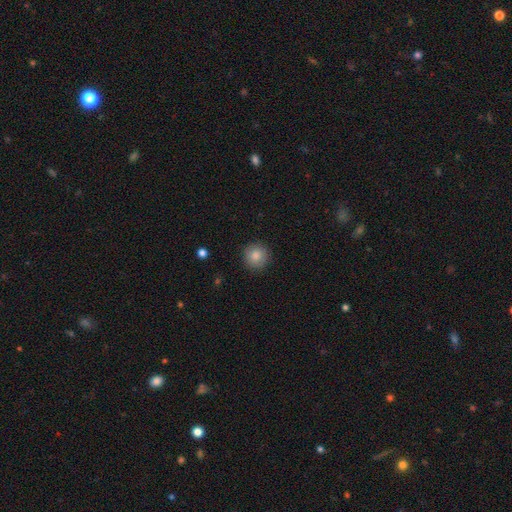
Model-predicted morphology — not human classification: Smooth or featured: smooth — 85% (star or artifact — 9%)
How rounded: round — 94% (in between — 5%)
Merging: none — 91% (minor disturbance — 6%)